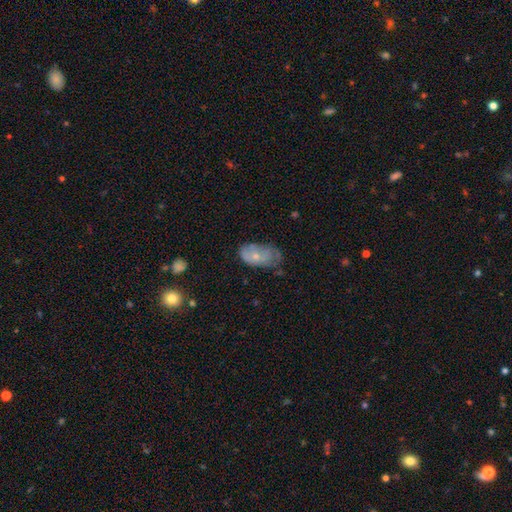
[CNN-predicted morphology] This is possibly a smooth galaxy (52%). How rounded: clearly in between (91%). Merging: marginally minor disturbance (39%).